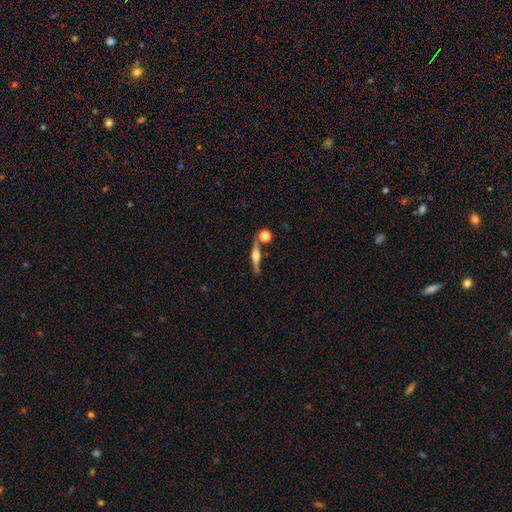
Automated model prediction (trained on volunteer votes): A featured or disk galaxy (69%) viewed edge-on (96%) with a rounded central bulge (89%).

Vote fractions:
- Smooth or featured? featured or disk: 69% / smooth: 23% / star or artifact: 8%
- Edge-on disk? yes: 96% / no: 4%
- Edge-on bulge? rounded: 89% / boxy: 8% / none: 3%
- Merging? none: 74% / merger: 12% / minor disturbance: 10% / major disturbance: 3%